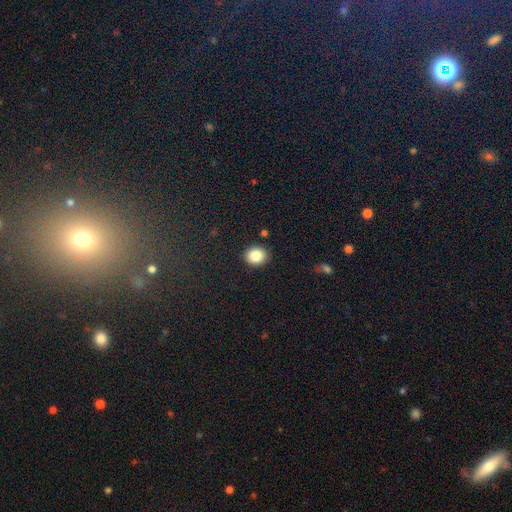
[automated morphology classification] smooth_or_featured: smooth (p=0.86) [alt: star or artifact p=0.09]
how_rounded: round (p=0.69) [alt: in between p=0.30]
merging: none (p=0.89) [alt: minor disturbance p=0.08]